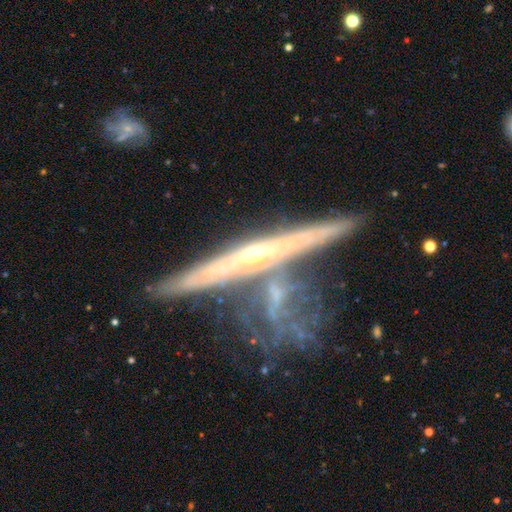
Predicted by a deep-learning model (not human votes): featured or disk 80%, smooth 12%, star or artifact 7%. Down the decision tree: edge-on disk — yes (91%); edge-on bulge — rounded (63%); merging — none (54%).